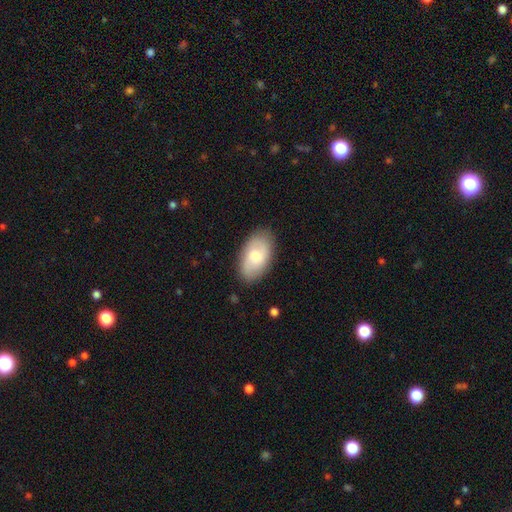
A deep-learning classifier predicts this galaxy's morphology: Overall: smooth (65%; featured or disk 29%). How rounded: in between (94%). Merging: none (85%).